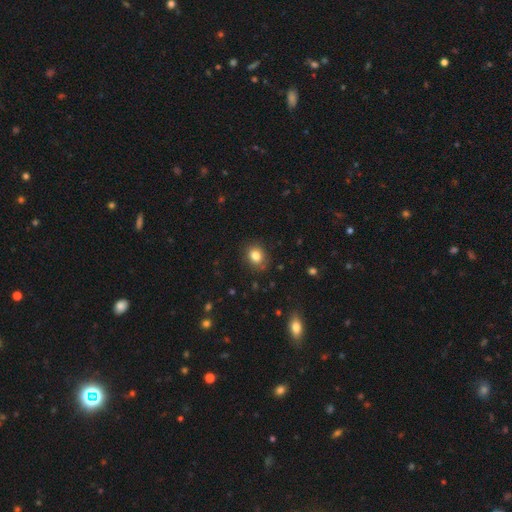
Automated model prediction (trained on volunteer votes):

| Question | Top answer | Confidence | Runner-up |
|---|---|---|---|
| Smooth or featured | smooth | 82% | star or artifact (11%) |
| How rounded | round | 61% | in between (38%) |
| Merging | none | 83% | minor disturbance (13%) |